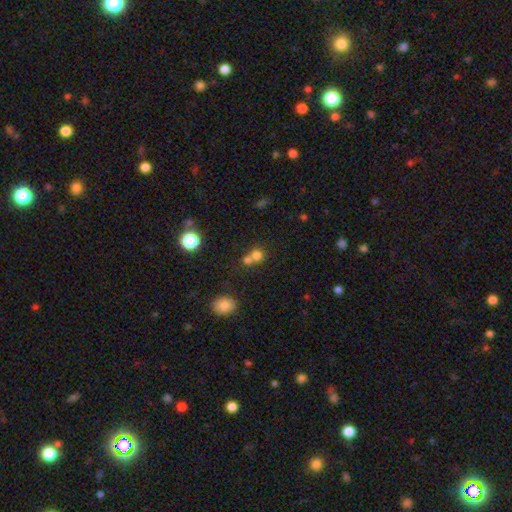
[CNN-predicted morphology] A smooth galaxy with no disk features (74%) that is round (83%).

Vote fractions:
- Smooth or featured? smooth: 74% / star or artifact: 15% / featured or disk: 11%
- How rounded? round: 83% / in between: 16% / cigar-shaped: 1%
- Merging? merger: 51% / none: 39% / minor disturbance: 6% / major disturbance: 3%